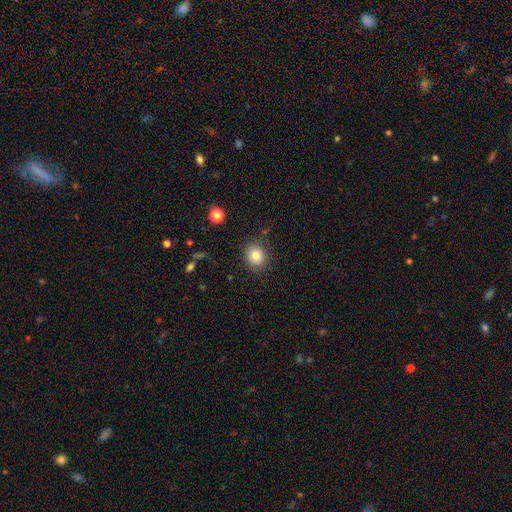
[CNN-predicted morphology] smooth 82%, star or artifact 10%, featured or disk 8%. Down the decision tree: how rounded — round (74%); merging — none (86%).